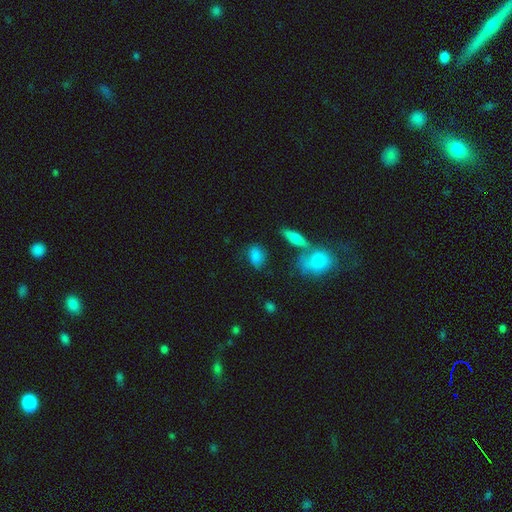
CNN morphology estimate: A smooth galaxy with no disk features (81%) that is in between round and cigar-shaped (75%). Merging: none (63%).